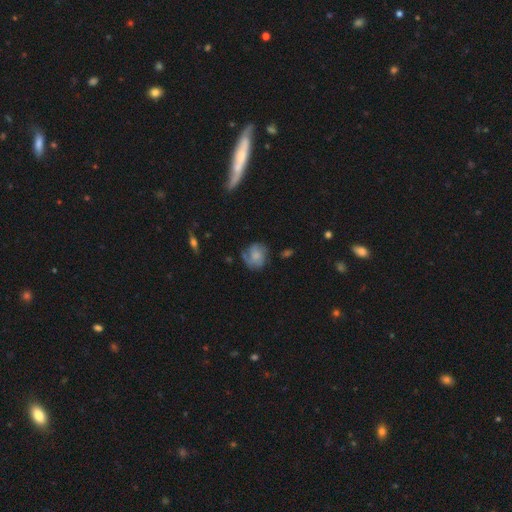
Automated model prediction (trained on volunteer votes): Smooth or featured? smooth (53%)
How rounded? round (73%)
Merging? none (60%)